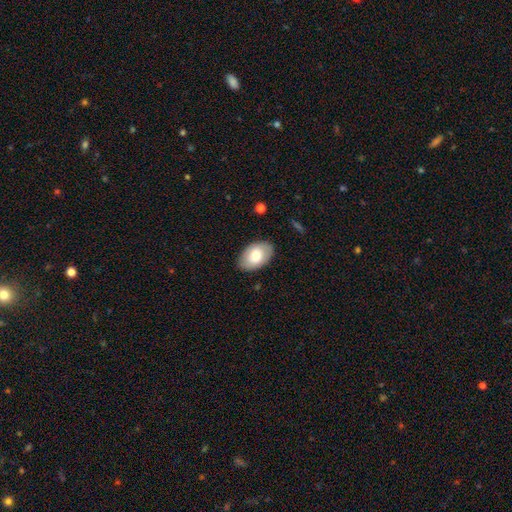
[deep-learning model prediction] smooth 75%, featured or disk 19%, star or artifact 6%. Down the decision tree: how rounded — in between (90%); merging — none (84%).